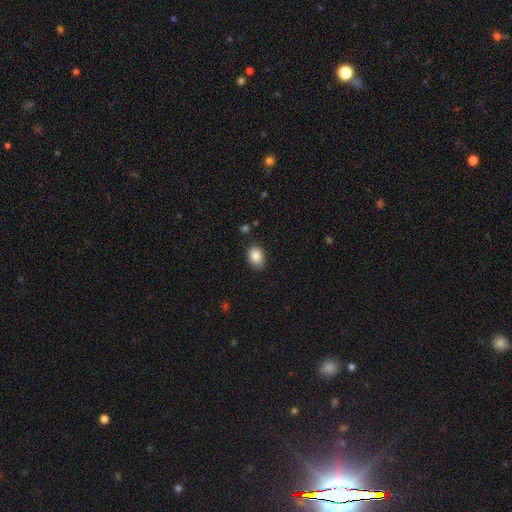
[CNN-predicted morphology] Smooth or featured? smooth (87%)
How rounded? in between (74%)
Merging? none (82%)